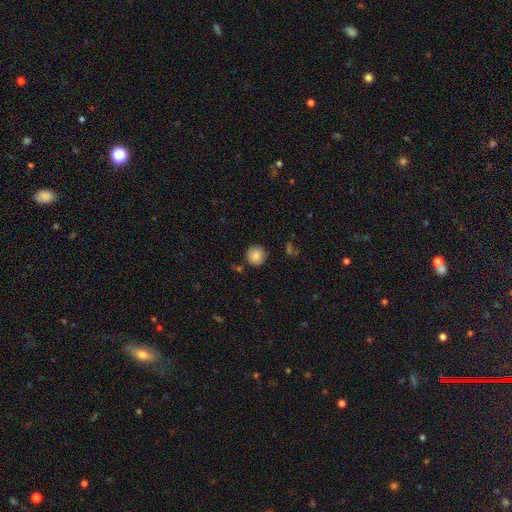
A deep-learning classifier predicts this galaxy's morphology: This appears to be a smooth galaxy with no disk features (86%) that is round (93%). Merging: none (85%).